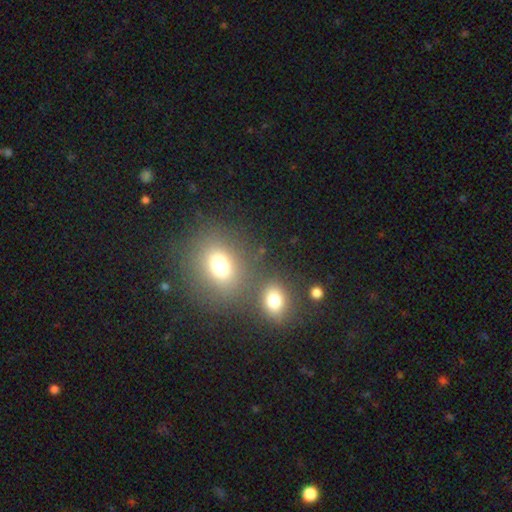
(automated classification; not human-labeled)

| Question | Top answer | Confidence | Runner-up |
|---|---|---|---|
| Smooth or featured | smooth | 69% | star or artifact (18%) |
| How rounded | in between | 51% | round (47%) |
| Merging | none | 57% | merger (30%) |